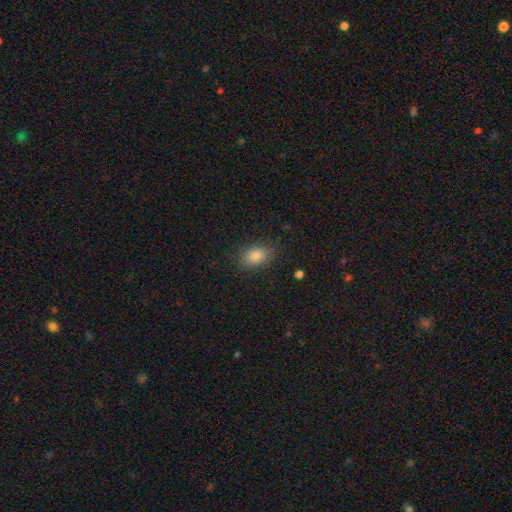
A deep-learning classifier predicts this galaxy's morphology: This appears to be a smooth galaxy with no disk features (85%) that is in between round and cigar-shaped (86%). Merging: none (85%).